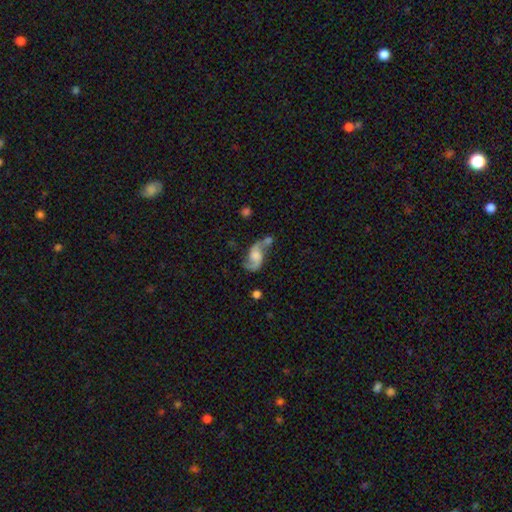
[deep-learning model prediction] Overall: featured or disk (76%). Edge-on disk: no (96%). Bar: no (58%; weak 35%). Spiral arms: yes (93%). Spiral arm count: 2 (90%). Spiral winding: loose (65%; medium 29%). Bulge size: moderate (37%; small 22%). Merging: none (42%; merger 27%).